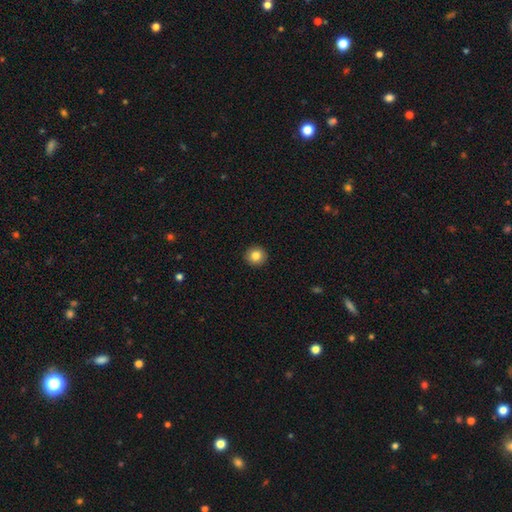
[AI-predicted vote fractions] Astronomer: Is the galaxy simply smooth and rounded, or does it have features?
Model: smooth — 84%.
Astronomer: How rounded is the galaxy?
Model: round — 95%.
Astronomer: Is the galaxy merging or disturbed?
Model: none — 94%.